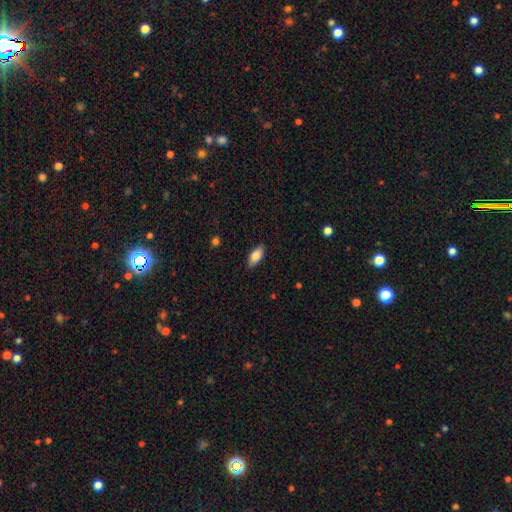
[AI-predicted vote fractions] Smooth or featured: smooth — 83% (featured or disk — 11%)
How rounded: in between — 88% (cigar-shaped — 10%)
Merging: none — 87% (minor disturbance — 10%)